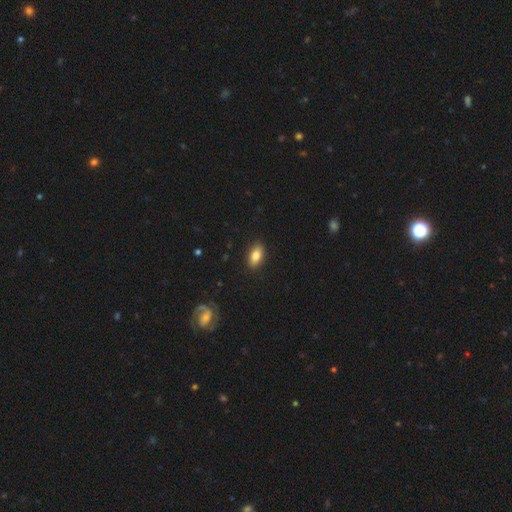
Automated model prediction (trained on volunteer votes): smooth 82%, featured or disk 11%, star or artifact 7%. Down the decision tree: how rounded — in between (90%); merging — none (89%).